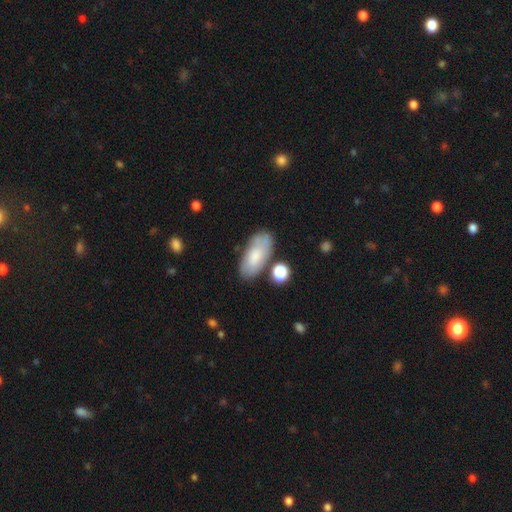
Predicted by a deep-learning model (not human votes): Morphology: type=smooth (70%); roundness=in between (89%); merging=none (70%).